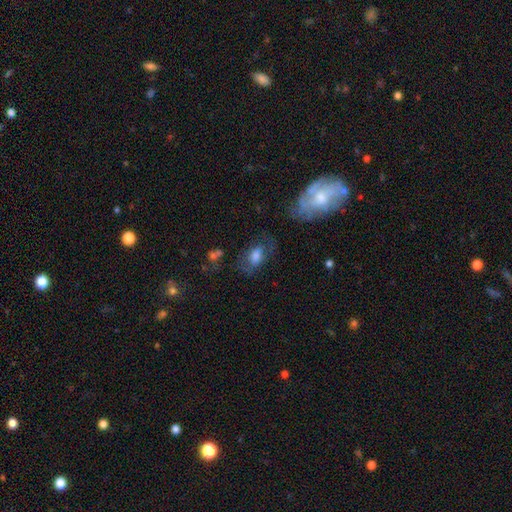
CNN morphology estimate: Smooth or featured? Predicted: smooth (p=0.58). How rounded? Predicted: in between (p=0.86). Merging? Predicted: none (p=0.56).